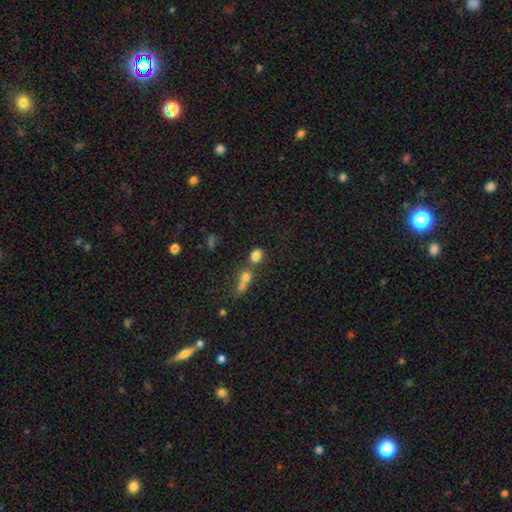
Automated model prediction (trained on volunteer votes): A smooth galaxy with no disk features (78%) that is round (70%).

Vote fractions:
- Smooth or featured? smooth: 78% / star or artifact: 14% / featured or disk: 8%
- How rounded? round: 70% / in between: 29% / cigar-shaped: 1%
- Merging? none: 57% / merger: 31% / minor disturbance: 9% / major disturbance: 4%